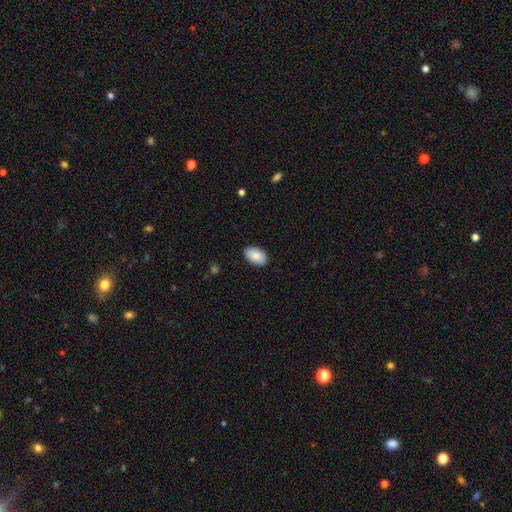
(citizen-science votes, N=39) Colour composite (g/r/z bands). It shows a smooth galaxy with no disk features (87%) that is in between round and cigar-shaped (91%). Merging: none (92%).